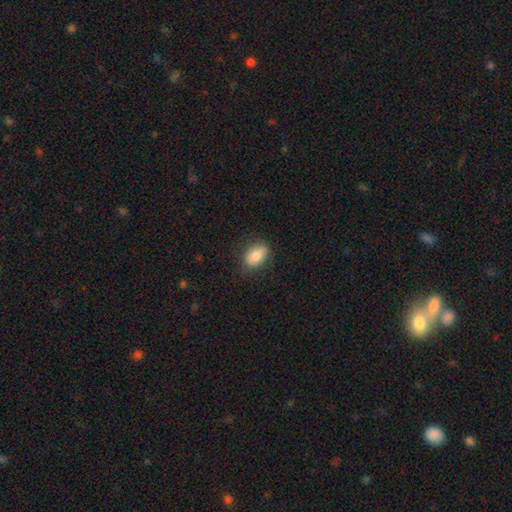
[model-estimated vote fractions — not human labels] Smooth or featured? smooth (84%)
How rounded? in between (86%)
Merging? none (81%)